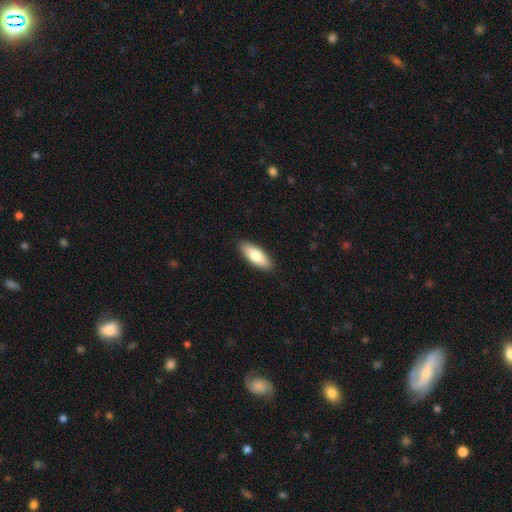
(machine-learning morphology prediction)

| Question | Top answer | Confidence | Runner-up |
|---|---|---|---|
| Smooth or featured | smooth | 77% | featured or disk (17%) |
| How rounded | in between | 69% | cigar-shaped (29%) |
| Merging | none | 90% | minor disturbance (8%) |